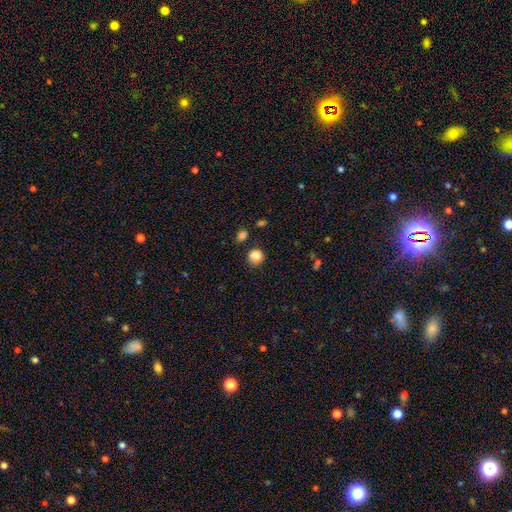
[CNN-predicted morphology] A smooth galaxy with no disk features (85%) that is round (83%).

Vote fractions:
- Smooth or featured? smooth: 85% / star or artifact: 11% / featured or disk: 4%
- How rounded? round: 83% / in between: 16% / cigar-shaped: 1%
- Merging? none: 76% / minor disturbance: 15% / merger: 5% / major disturbance: 4%